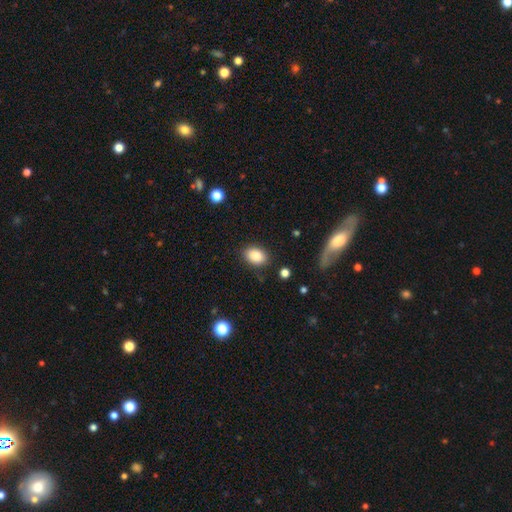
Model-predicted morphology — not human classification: This appears to be a smooth galaxy with no disk features (86%) that is in between round and cigar-shaped (80%). Merging: none (85%).